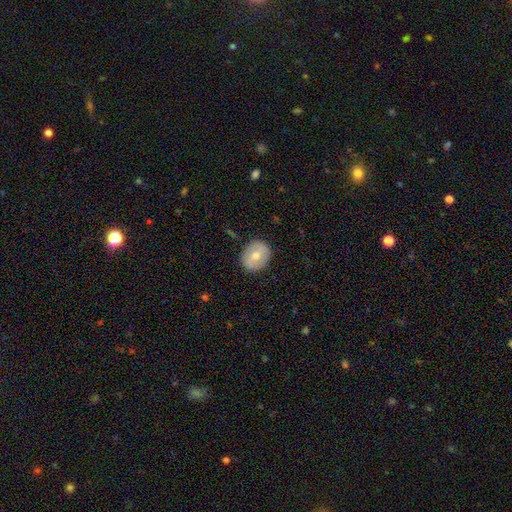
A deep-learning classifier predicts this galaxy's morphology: Overall: smooth (65%; featured or disk 29%). How rounded: round (64%; in between 35%). Merging: none (87%).